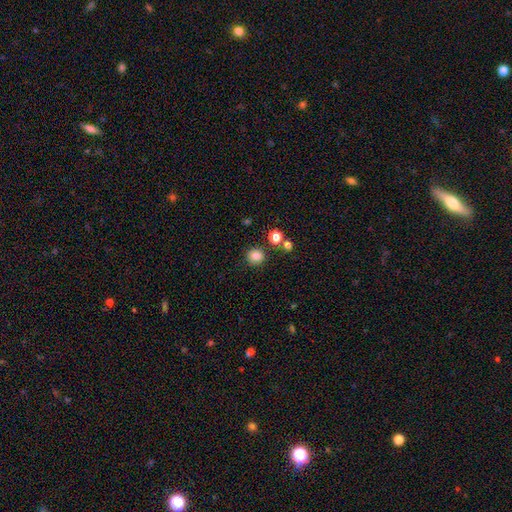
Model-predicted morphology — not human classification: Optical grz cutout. It shows a smooth galaxy with no disk features (83%) that is round (89%). Merging: none (85%).